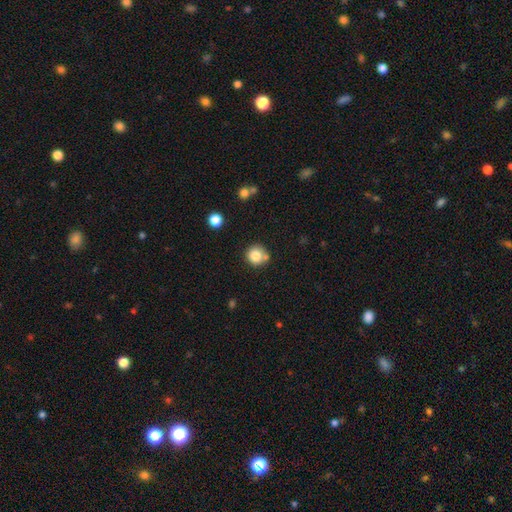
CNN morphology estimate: smooth-or-featured: smooth: 83% | star or artifact: 10% | featured or disk: 7%
  how-rounded: round: 92% | in between: 7% | cigar-shaped: 1%
  merging: none: 69% | merger: 15% | minor disturbance: 13% | major disturbance: 4%